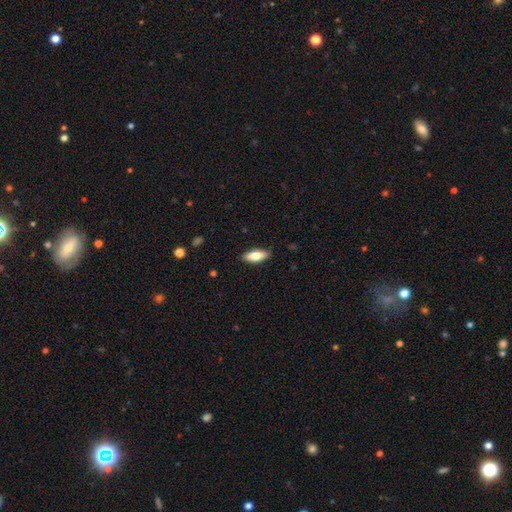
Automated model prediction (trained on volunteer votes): This is likely a smooth galaxy (74%). How rounded: likely in between (75%). Merging: clearly none (89%).